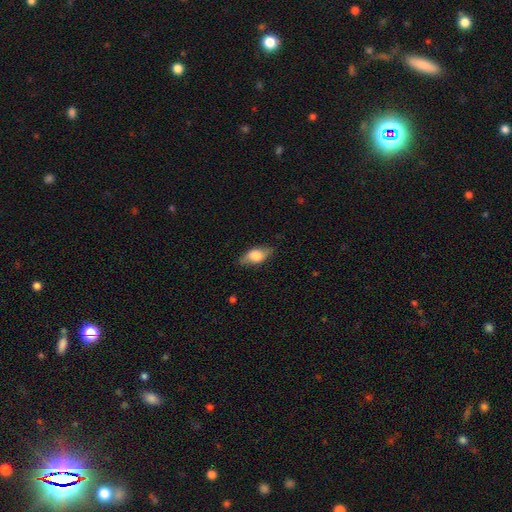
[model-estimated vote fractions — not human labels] Smooth or featured? Predicted: smooth (p=0.65). How rounded? Predicted: in between (p=0.84). Merging? Predicted: none (p=0.77).